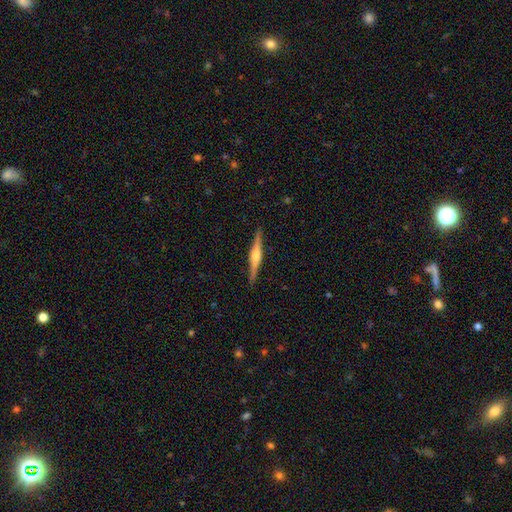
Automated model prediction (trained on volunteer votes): Smooth or featured? Predicted: featured or disk (p=0.80). Edge-on disk? Predicted: yes (p=0.98). Edge-on bulge? Predicted: rounded (p=0.85). Merging? Predicted: none (p=0.92).